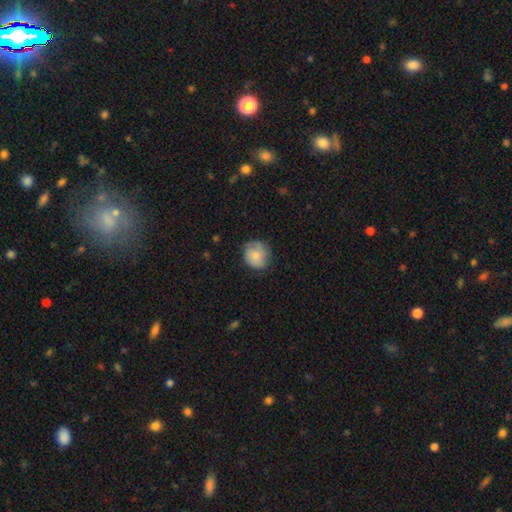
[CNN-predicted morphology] This appears to be a smooth galaxy with no disk features (70%) that is round (84%). Merging: none (71%).